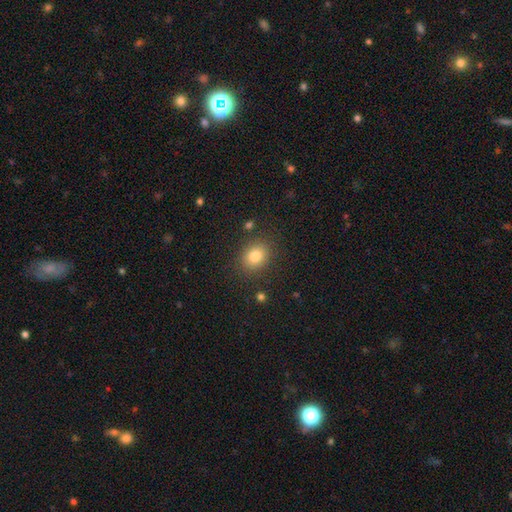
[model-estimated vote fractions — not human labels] smooth-or-featured: smooth: 81% | star or artifact: 11% | featured or disk: 8%
  how-rounded: round: 57% | in between: 42% | cigar-shaped: 1%
  merging: none: 85% | minor disturbance: 10% | major disturbance: 3% | merger: 2%